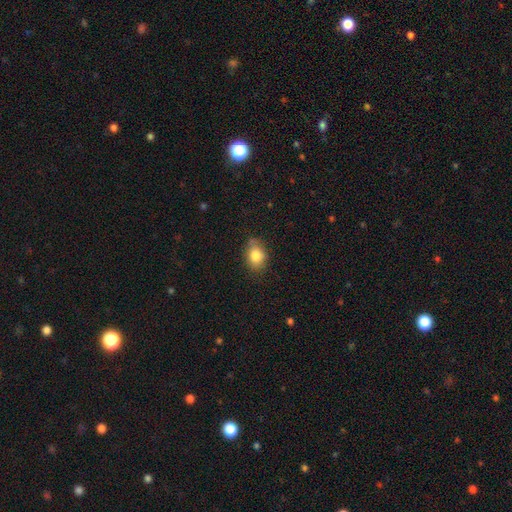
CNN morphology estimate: Smooth or featured?
  - smooth: 82% *
  - featured or disk: 9%
  - star or artifact: 9%
How rounded?
  - in between: 69% *
  - round: 29%
  - cigar-shaped: 1%
Merging?
  - none: 71% *
  - minor disturbance: 23%
  - major disturbance: 4%
  - merger: 2%